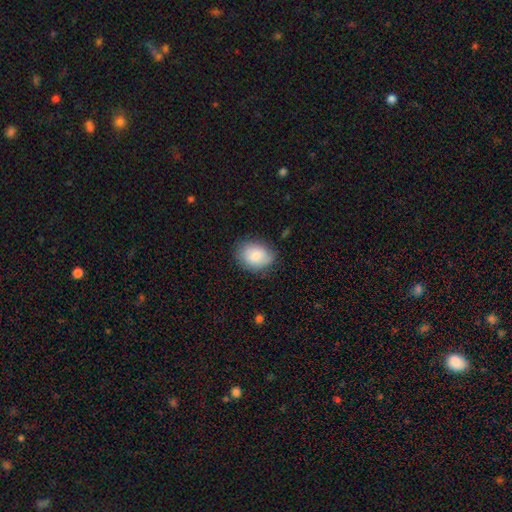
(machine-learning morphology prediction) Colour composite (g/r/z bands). It shows a smooth galaxy with no disk features (81%) that is in between round and cigar-shaped (62%). Merging: none (78%).